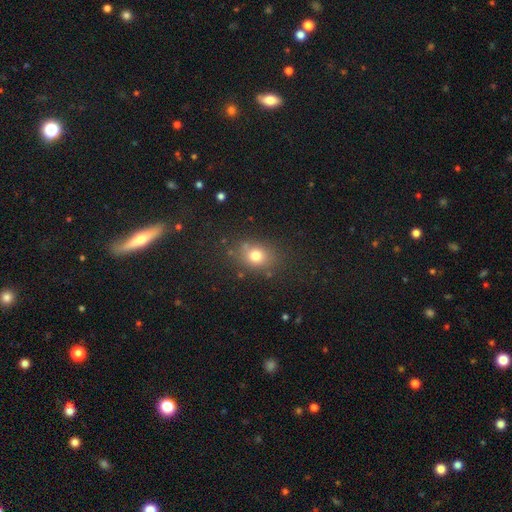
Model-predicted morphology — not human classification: A smooth galaxy with no disk features (76%) that is round (53%). Merging: none (78%).